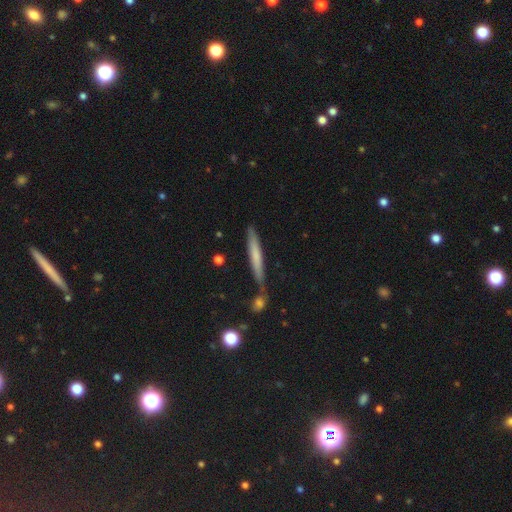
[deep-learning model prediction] This appears to be a smooth galaxy with no disk features (60%) that is cigar-shaped (94%). Merging: none (72%).